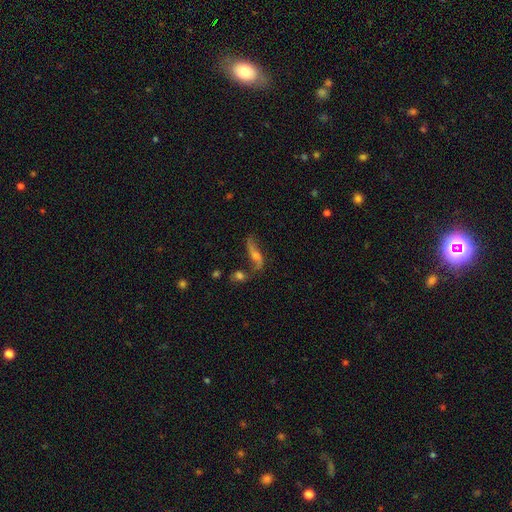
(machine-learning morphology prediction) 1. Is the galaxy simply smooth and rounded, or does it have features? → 68% featured or disk, 22% smooth, 10% star or artifact.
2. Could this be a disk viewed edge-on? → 72% no, 28% yes.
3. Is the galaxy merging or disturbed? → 50% none, 19% merger, 18% minor disturbance, 13% major disturbance.